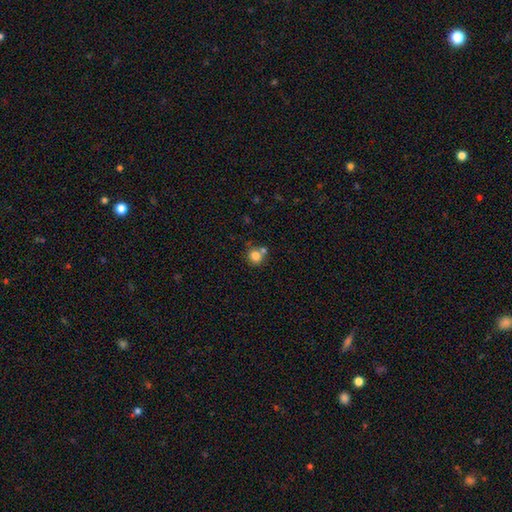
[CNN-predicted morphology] Overall: smooth (81%). How rounded: round (87%). Merging: none (60%; merger 27%).